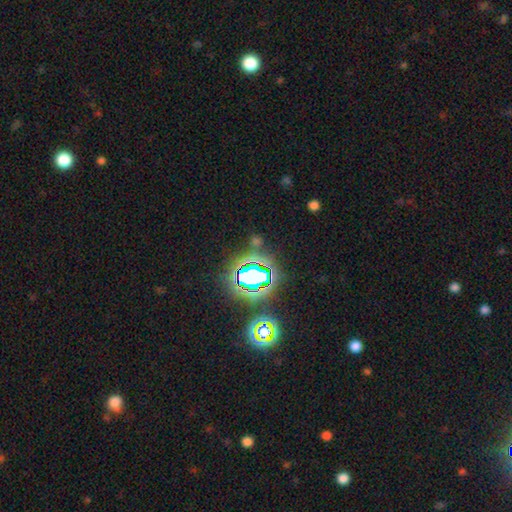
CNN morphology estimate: Smooth or featured? star or artifact (81%)